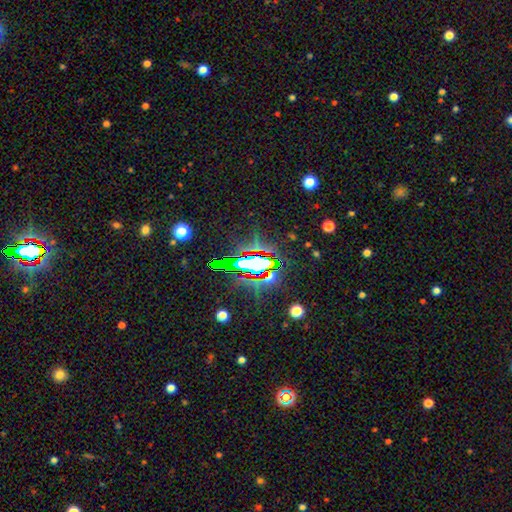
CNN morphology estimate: smooth-or-featured: star or artifact: 69% | smooth: 17% | featured or disk: 14%